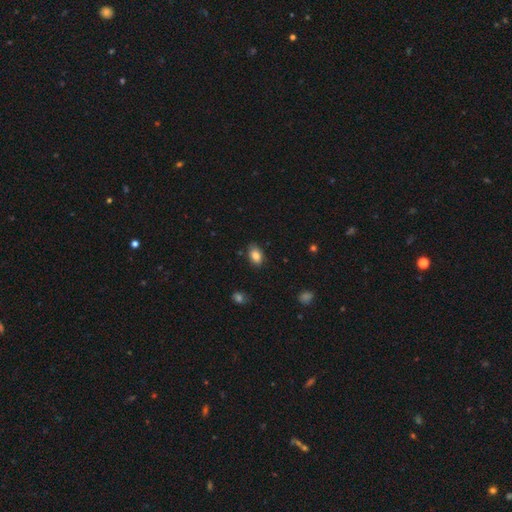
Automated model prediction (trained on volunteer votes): Smooth or featured?
  - smooth: 84% *
  - star or artifact: 9%
  - featured or disk: 7%
How rounded?
  - in between: 86% *
  - round: 12%
  - cigar-shaped: 2%
Merging?
  - none: 80% *
  - minor disturbance: 16%
  - major disturbance: 3%
  - merger: 2%